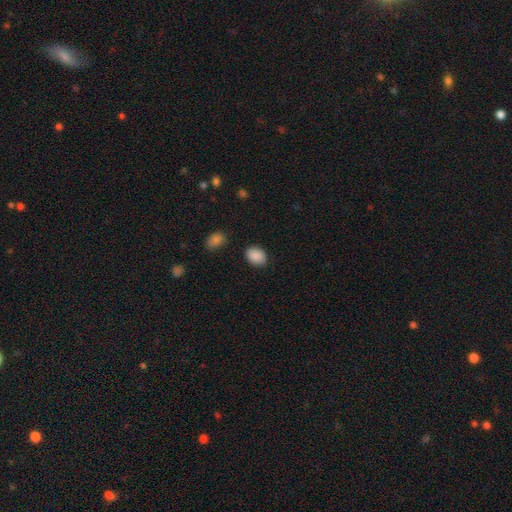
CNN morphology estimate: Smooth or featured? smooth (89%)
How rounded? in between (68%)
Merging? none (86%)